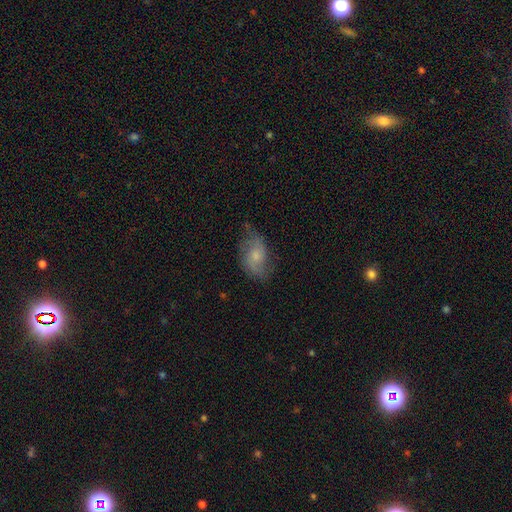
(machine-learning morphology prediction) Overall: featured or disk (57%; smooth 35%). Edge-on disk: no (96%). Bar: no (67%; weak 29%). Spiral arms: yes (88%). Bulge size: small (49%; moderate 34%). Merging: none (61%; minor disturbance 25%).